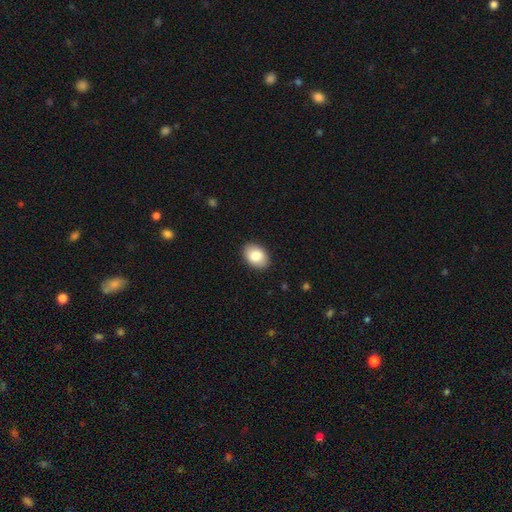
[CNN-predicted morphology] Q: Smooth or featured?
A: smooth (83%); runner-up: featured or disk (10%)
Q: How rounded?
A: in between (83%); runner-up: round (16%)
Q: Merging?
A: none (89%); runner-up: minor disturbance (8%)